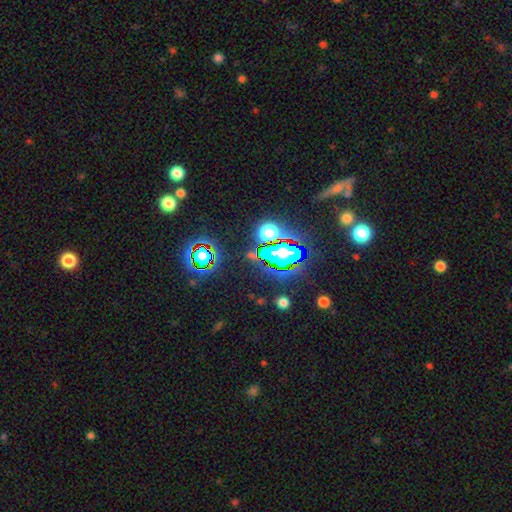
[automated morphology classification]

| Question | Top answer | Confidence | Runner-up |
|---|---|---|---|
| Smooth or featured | star or artifact | 72% | smooth (17%) |